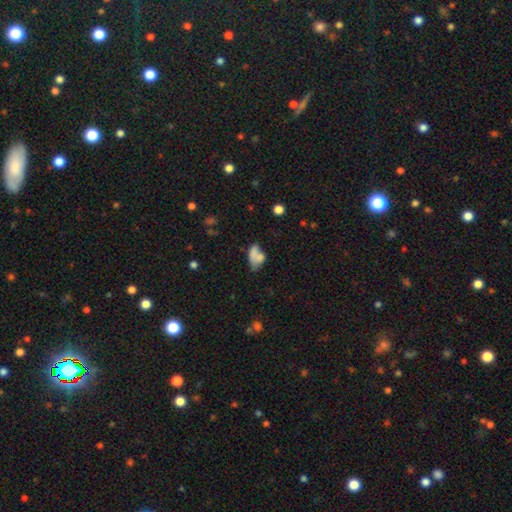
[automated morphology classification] Smooth or featured?
  - smooth: 69% *
  - featured or disk: 20%
  - star or artifact: 11%
How rounded?
  - in between: 85% *
  - round: 11%
  - cigar-shaped: 3%
Merging?
  - merger: 39% *
  - none: 26%
  - minor disturbance: 20%
  - major disturbance: 15%